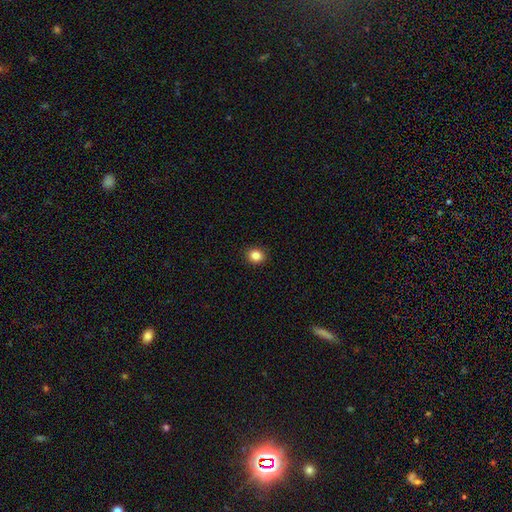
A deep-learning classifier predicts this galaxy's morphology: This appears to be a smooth galaxy with no disk features (86%) that is round (78%). Merging: none (92%).